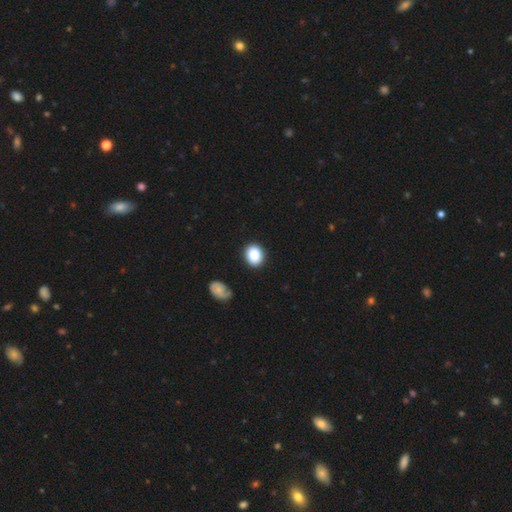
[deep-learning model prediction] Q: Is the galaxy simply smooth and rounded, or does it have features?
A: smooth — 87%.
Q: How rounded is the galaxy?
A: round — 53%.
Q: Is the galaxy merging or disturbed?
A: none — 85%.